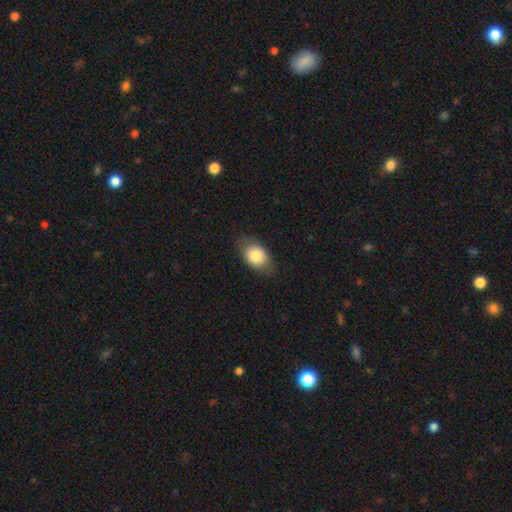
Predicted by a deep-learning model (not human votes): smooth 81%, featured or disk 12%, star or artifact 7%. Down the decision tree: how rounded — in between (80%); merging — none (78%).